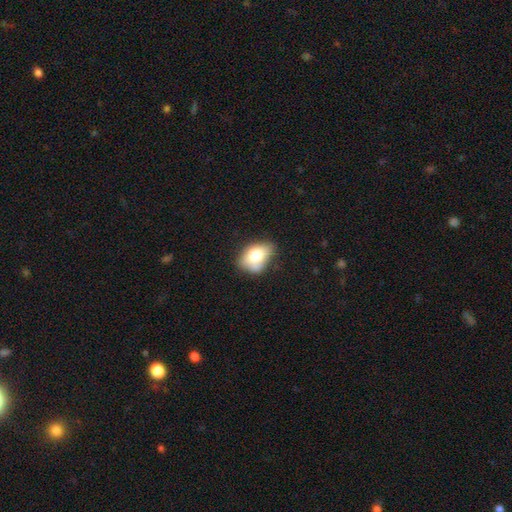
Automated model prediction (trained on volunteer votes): smooth_or_featured: smooth (p=0.73) [alt: featured or disk p=0.18]
how_rounded: in between (p=0.81) [alt: round p=0.17]
merging: none (p=0.47) [alt: minor disturbance p=0.35]